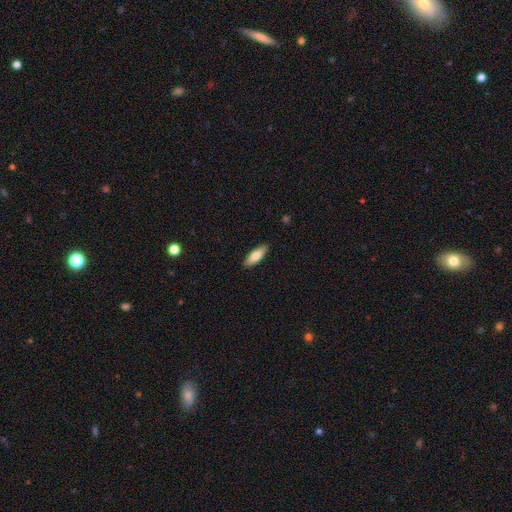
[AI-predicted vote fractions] Smooth or featured?
  - smooth: 75% *
  - featured or disk: 19%
  - star or artifact: 6%
How rounded?
  - in between: 56% *
  - cigar-shaped: 42%
  - round: 2%
Merging?
  - none: 89% *
  - minor disturbance: 8%
  - major disturbance: 2%
  - merger: 1%